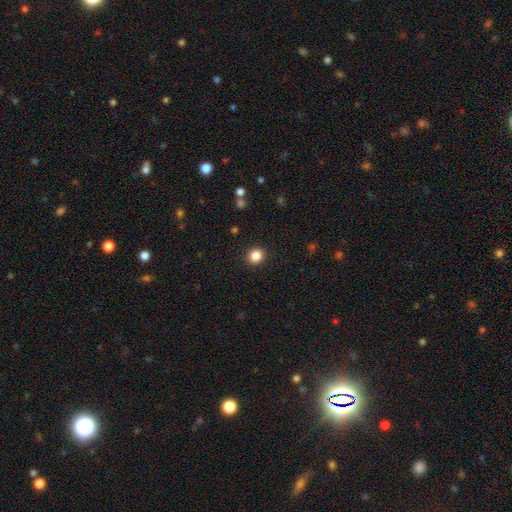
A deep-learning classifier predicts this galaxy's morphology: This is clearly a smooth galaxy (85%). How rounded: clearly round (85%). Merging: clearly none (92%).